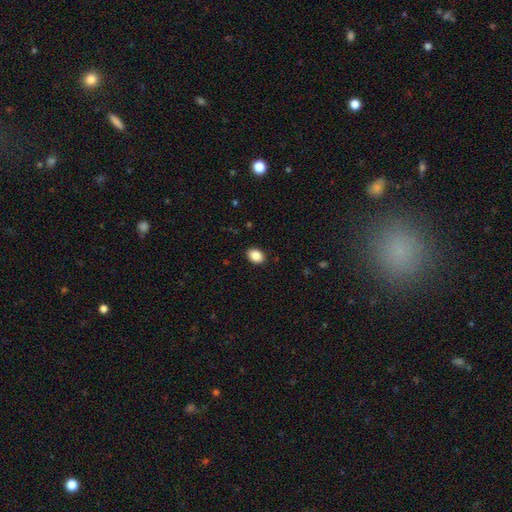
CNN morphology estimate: Q: Smooth or featured?
A: smooth (88%); runner-up: star or artifact (8%)
Q: How rounded?
A: in between (69%); runner-up: round (30%)
Q: Merging?
A: none (90%); runner-up: minor disturbance (7%)